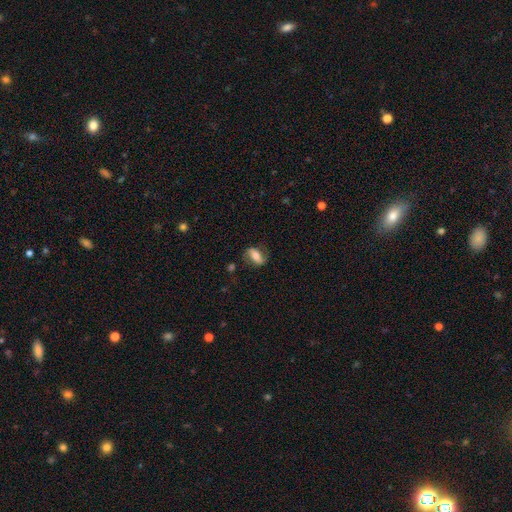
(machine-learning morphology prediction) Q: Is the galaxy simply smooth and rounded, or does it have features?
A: smooth — 47%.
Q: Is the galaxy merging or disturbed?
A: none — 72%.